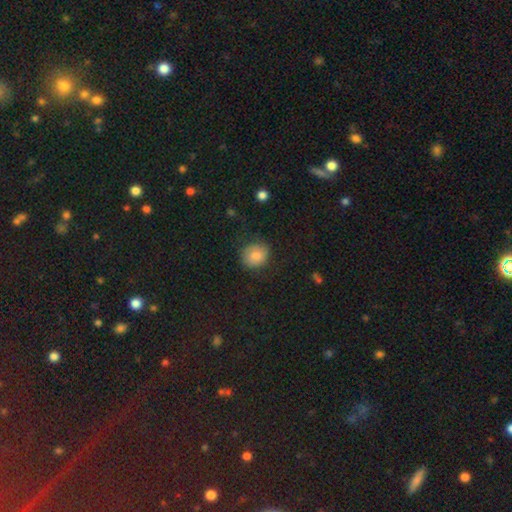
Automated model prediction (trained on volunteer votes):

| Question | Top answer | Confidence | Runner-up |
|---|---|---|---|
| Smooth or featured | smooth | 78% | featured or disk (12%) |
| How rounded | round | 71% | in between (28%) |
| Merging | none | 75% | minor disturbance (18%) |